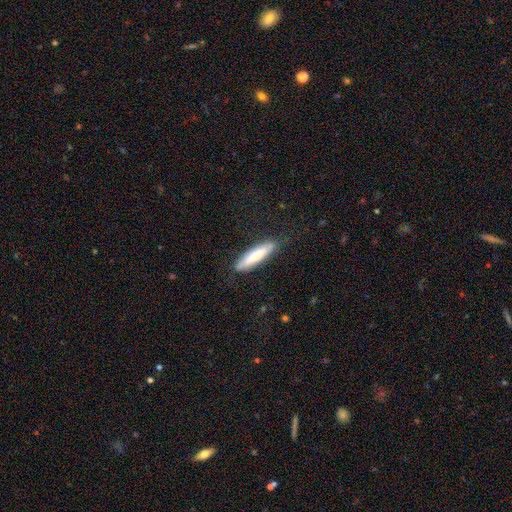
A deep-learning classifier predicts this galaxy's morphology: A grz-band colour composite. It shows a smooth galaxy with no disk features (70%) that is cigar-shaped (79%). Merging: none (81%).